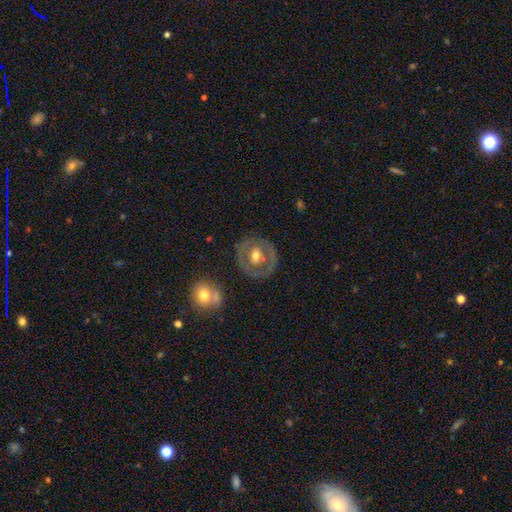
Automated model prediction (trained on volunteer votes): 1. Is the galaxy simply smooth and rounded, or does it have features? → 61% featured or disk, 32% smooth, 7% star or artifact.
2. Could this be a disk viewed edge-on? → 95% no, 5% yes.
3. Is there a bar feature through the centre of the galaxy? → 69% no, 22% weak, 9% strong.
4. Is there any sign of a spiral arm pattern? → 79% no, 21% yes.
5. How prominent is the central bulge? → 76% moderate, 13% small, 8% large, 1% none, 1% dominant.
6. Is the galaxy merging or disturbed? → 81% none, 12% minor disturbance, 5% major disturbance, 3% merger.